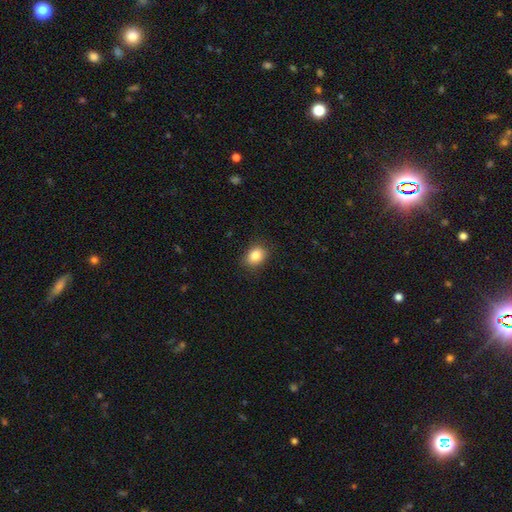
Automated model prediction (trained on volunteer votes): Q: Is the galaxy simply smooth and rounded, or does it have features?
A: smooth — 85%.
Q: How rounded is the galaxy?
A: in between — 62%.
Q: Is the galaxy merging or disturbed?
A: none — 86%.